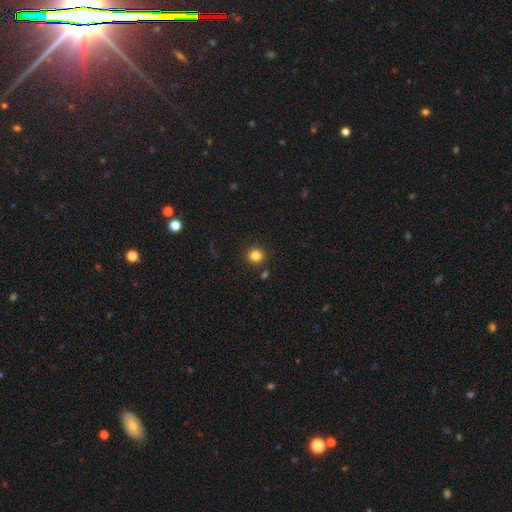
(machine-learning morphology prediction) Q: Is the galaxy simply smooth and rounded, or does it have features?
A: smooth — 83%.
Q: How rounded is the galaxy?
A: round — 88%.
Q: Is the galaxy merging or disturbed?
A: none — 88%.